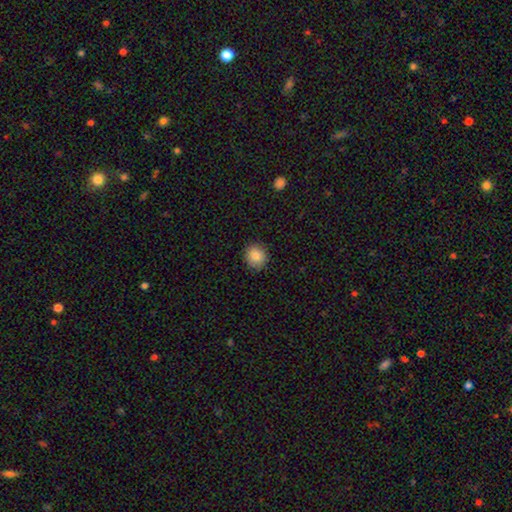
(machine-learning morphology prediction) The model was most divided on "how rounded": round: 84%, in between: 15%, cigar-shaped: 1%. More confident: merging — none (89%); smooth or featured — smooth (86%).